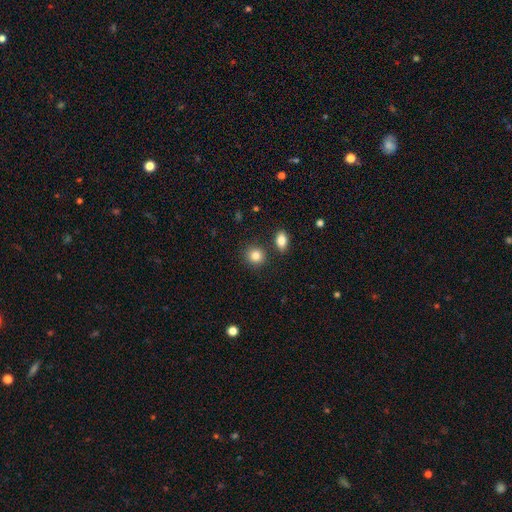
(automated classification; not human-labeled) This appears to be a smooth galaxy with no disk features (85%) that is round (79%). Merging: none (81%).